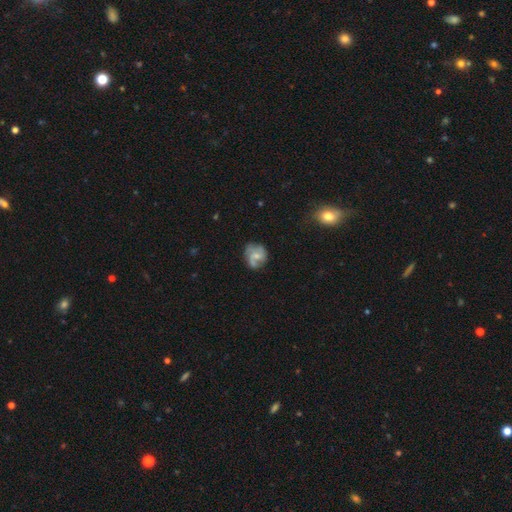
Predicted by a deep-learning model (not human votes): smooth_or_featured: featured or disk (p=0.59) [alt: smooth p=0.32]
disk_edge_on: no (p=0.98) [alt: yes p=0.02]
bar: no (p=0.60) [alt: weak p=0.34]
has_spiral_arms: yes (p=0.81) [alt: no p=0.19]
bulge_size: small (p=0.52) [alt: moderate p=0.33]
merging: none (p=0.60) [alt: minor disturbance p=0.24]